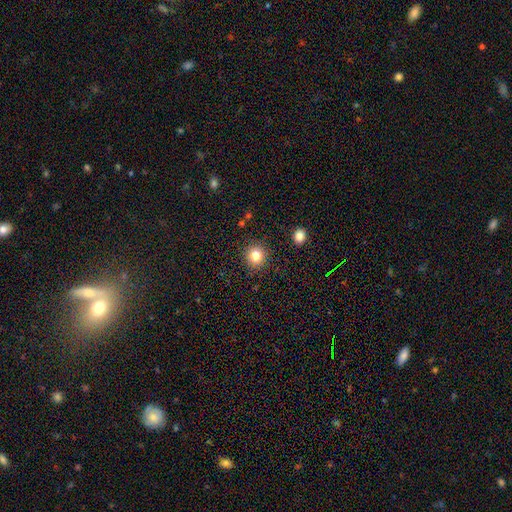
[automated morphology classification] smooth_or_featured: smooth (p=0.81) [alt: star or artifact p=0.12]
how_rounded: round (p=0.90) [alt: in between p=0.09]
merging: none (p=0.89) [alt: minor disturbance p=0.07]